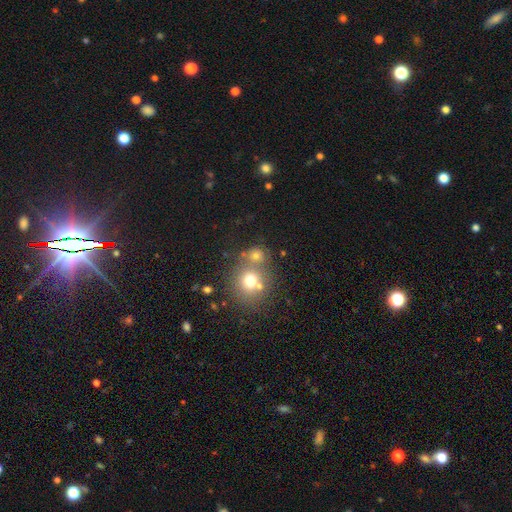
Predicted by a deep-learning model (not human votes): Smooth or featured: smooth — 69% (star or artifact — 19%)
How rounded: round — 83% (in between — 16%)
Merging: none — 52% (merger — 35%)